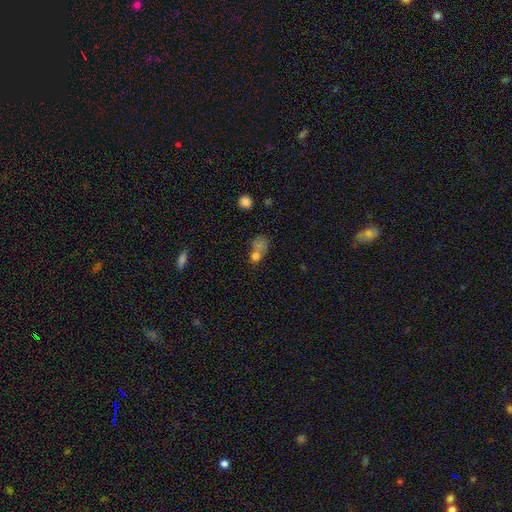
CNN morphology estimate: type=smooth (54%); roundness=round (50%); merging=none (45%).